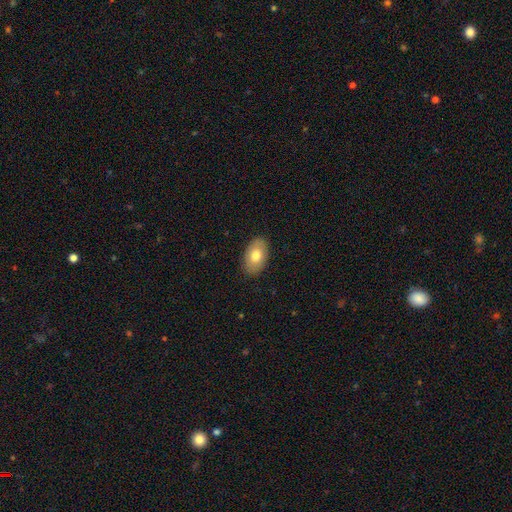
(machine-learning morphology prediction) smooth 74%, featured or disk 19%, star or artifact 6%. Down the decision tree: how rounded — in between (92%); merging — none (88%).